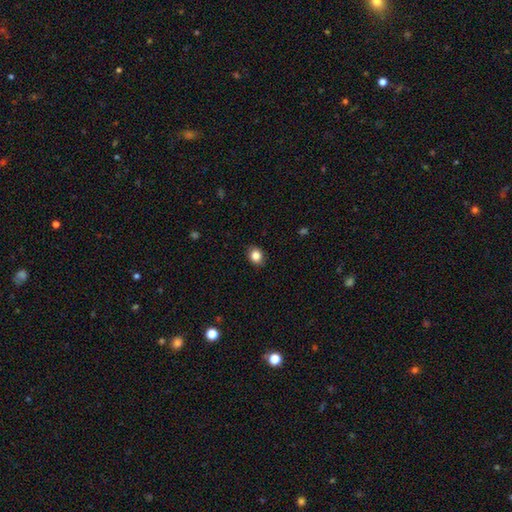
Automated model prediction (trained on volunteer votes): Smooth or featured?
  - smooth: 85% *
  - star or artifact: 10%
  - featured or disk: 5%
How rounded?
  - round: 61% *
  - in between: 38%
  - cigar-shaped: 1%
Merging?
  - none: 88% *
  - minor disturbance: 9%
  - major disturbance: 2%
  - merger: 1%